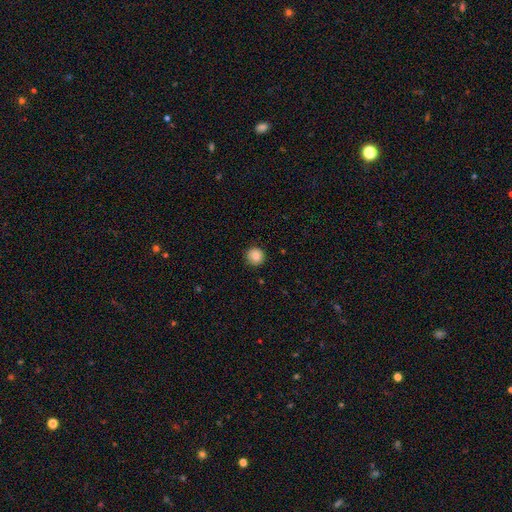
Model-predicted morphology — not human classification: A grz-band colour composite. It shows a smooth galaxy with no disk features (85%) that is round (95%). Merging: none (91%).